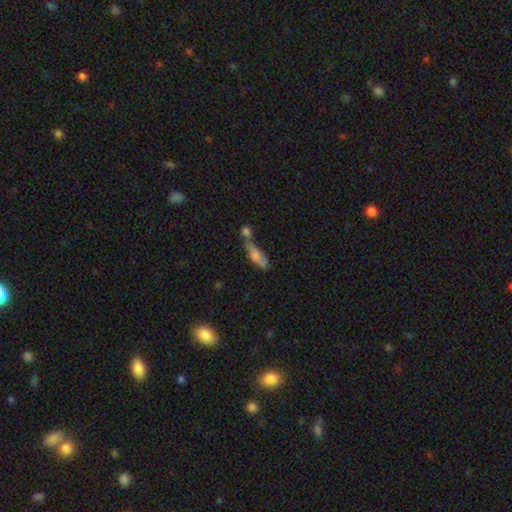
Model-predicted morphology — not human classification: Smooth or featured?
  - smooth: 65% *
  - featured or disk: 27%
  - star or artifact: 8%
How rounded?
  - in between: 50% *
  - cigar-shaped: 46%
  - round: 4%
Merging?
  - merger: 48% *
  - none: 27%
  - minor disturbance: 15%
  - major disturbance: 9%